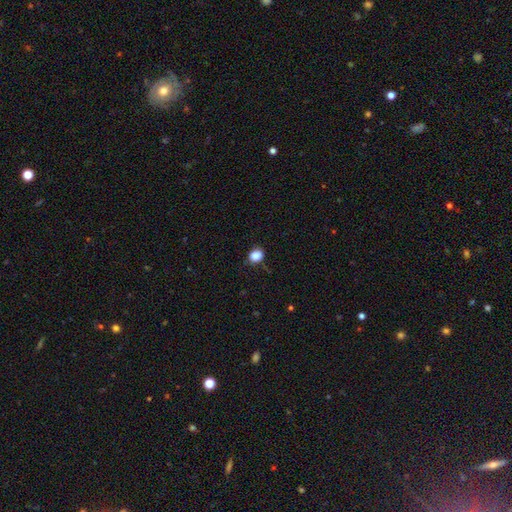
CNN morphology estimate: This is clearly a smooth galaxy (86%). How rounded: possibly round (57%). Merging: likely none (74%).